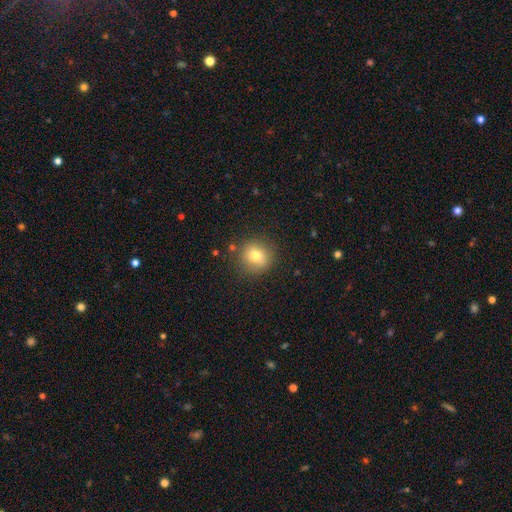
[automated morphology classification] This is likely a smooth galaxy (76%). How rounded: clearly round (90%). Merging: clearly none (85%).